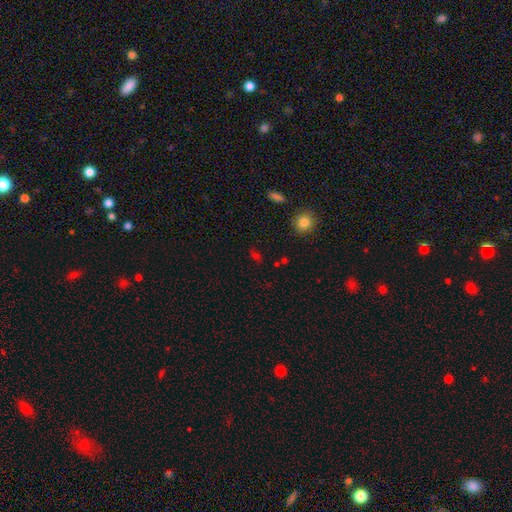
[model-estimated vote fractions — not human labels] The model was most divided on "smooth or featured": smooth: 54%, star or artifact: 37%, featured or disk: 8%. More confident: merging — none (74%); how rounded — in between (66%).